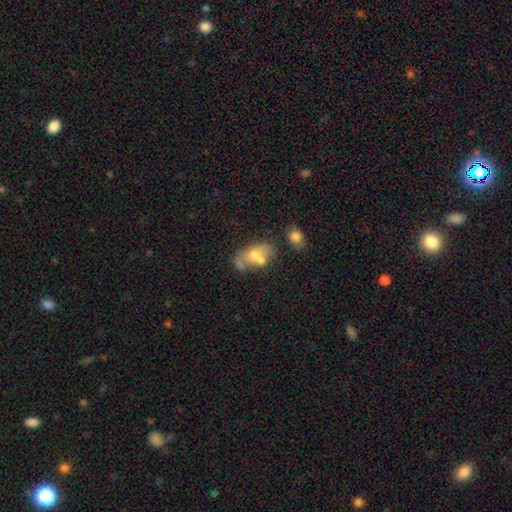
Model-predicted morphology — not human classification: Smooth or featured? smooth (54%)
How rounded? in between (85%)
Merging? merger (36%)